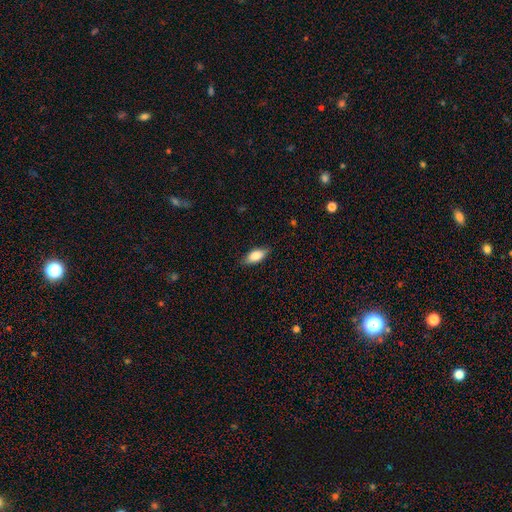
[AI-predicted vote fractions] This appears to be a smooth galaxy with no disk features (82%) that is in between round and cigar-shaped (87%). Merging: none (82%).